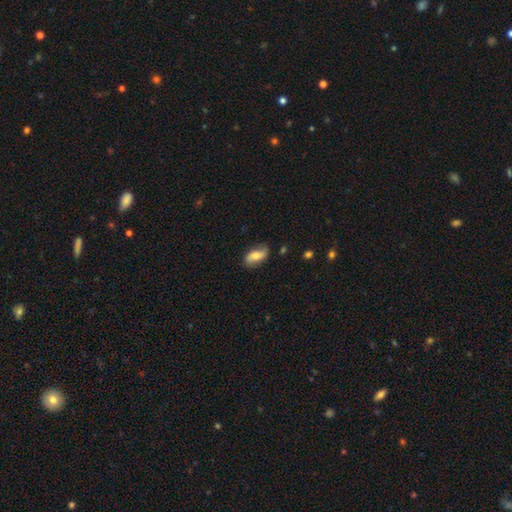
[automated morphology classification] Smooth or featured? smooth (52%)
How rounded? in between (88%)
Merging? none (77%)